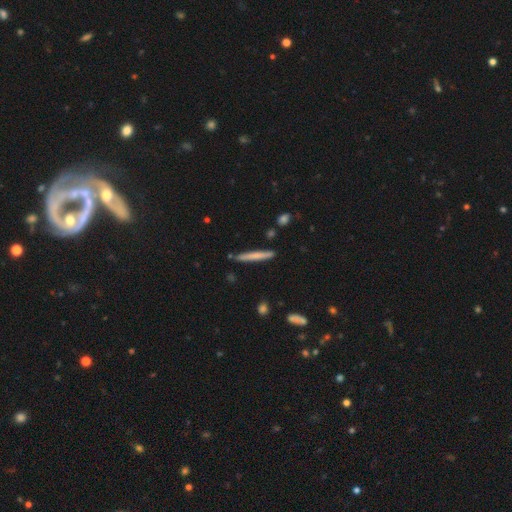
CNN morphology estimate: Smooth or featured?
  - smooth: 65% *
  - featured or disk: 29%
  - star or artifact: 6%
How rounded?
  - cigar-shaped: 96% *
  - in between: 3%
  - round: 1%
Merging?
  - none: 86% *
  - minor disturbance: 10%
  - merger: 3%
  - major disturbance: 2%